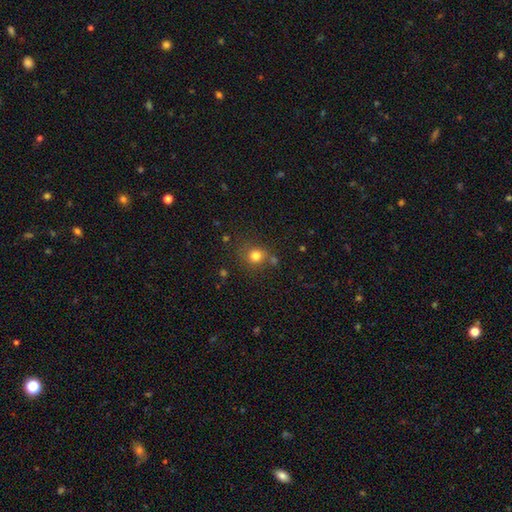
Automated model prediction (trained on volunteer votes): A smooth galaxy with no disk features (78%) that is round (81%).

Vote fractions:
- Smooth or featured? smooth: 78% / star or artifact: 15% / featured or disk: 7%
- How rounded? round: 81% / in between: 18% / cigar-shaped: 1%
- Merging? none: 73% / minor disturbance: 13% / merger: 9% / major disturbance: 5%